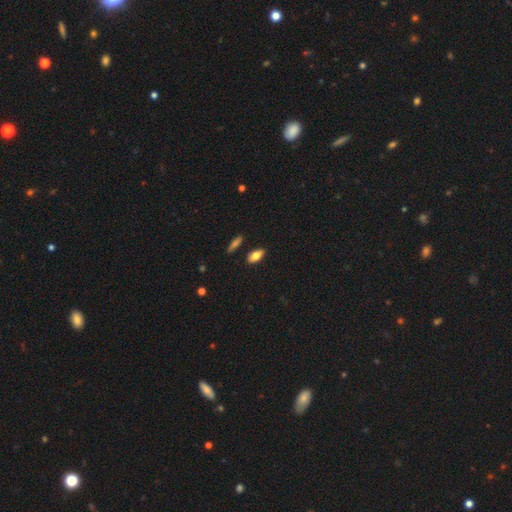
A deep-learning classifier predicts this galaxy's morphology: Smooth or featured: smooth — 74% (featured or disk — 19%)
How rounded: in between — 85% (cigar-shaped — 12%)
Merging: none — 86% (minor disturbance — 10%)